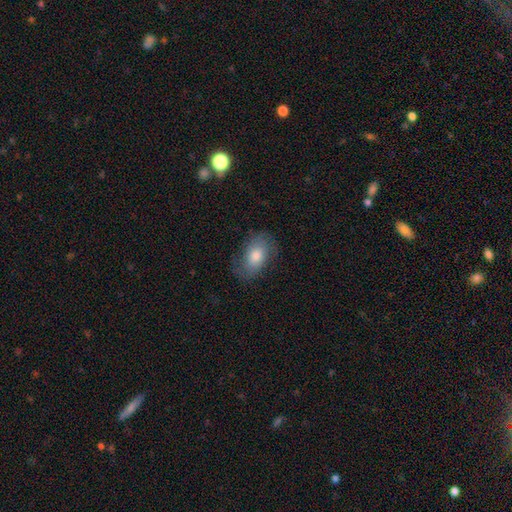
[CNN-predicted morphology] Smooth or featured? Predicted: smooth (p=0.65). How rounded? Predicted: in between (p=0.86). Merging? Predicted: none (p=0.73).